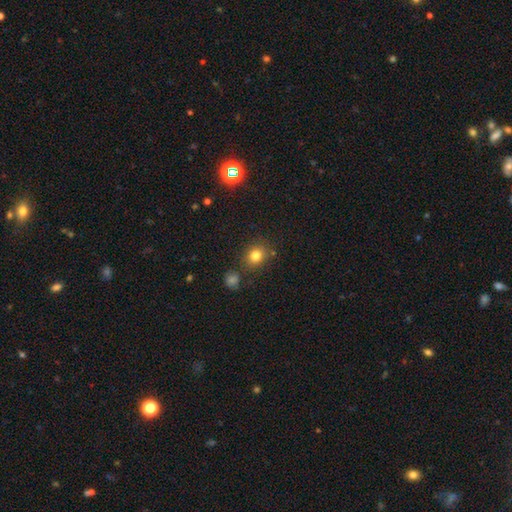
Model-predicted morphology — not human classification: This is likely a smooth galaxy (79%). How rounded: likely round (71%). Merging: likely none (79%).